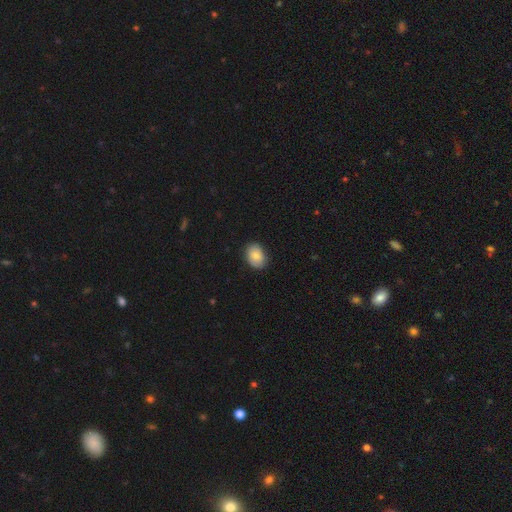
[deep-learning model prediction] smooth_or_featured: smooth (p=0.84) [alt: featured or disk p=0.09]
how_rounded: in between (p=0.78) [alt: round p=0.21]
merging: none (p=0.83) [alt: minor disturbance p=0.14]